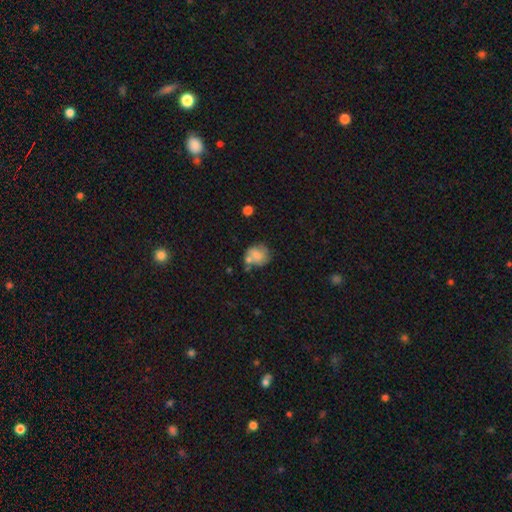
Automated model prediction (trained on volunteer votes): Smooth or featured?
  - smooth: 67% *
  - featured or disk: 23%
  - star or artifact: 9%
How rounded?
  - round: 68% *
  - in between: 30%
  - cigar-shaped: 1%
Merging?
  - none: 46% *
  - merger: 22%
  - minor disturbance: 22%
  - major disturbance: 9%